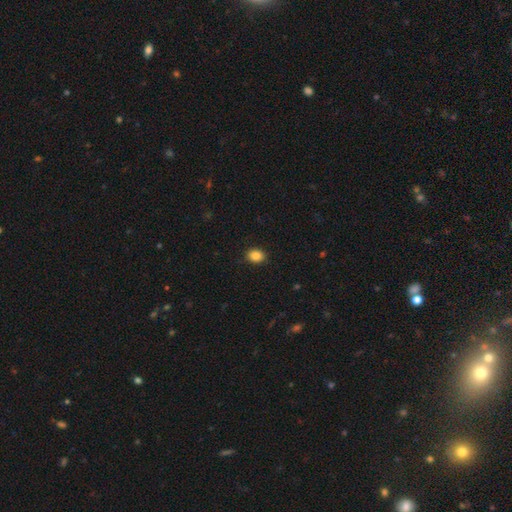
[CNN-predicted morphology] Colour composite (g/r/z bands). It shows a smooth galaxy with no disk features (87%) that is in between round and cigar-shaped (57%). Merging: none (89%).